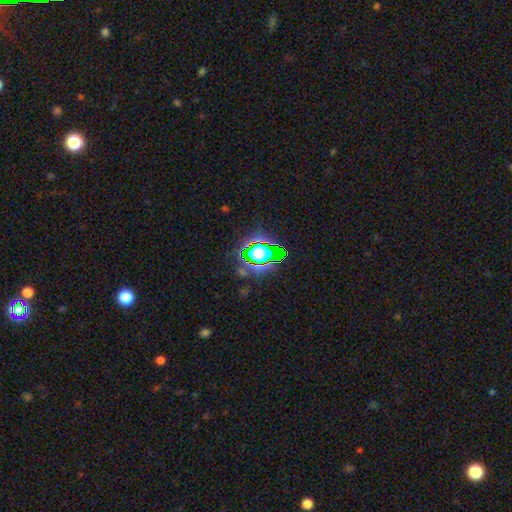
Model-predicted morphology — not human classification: The model was most divided on "smooth or featured": star or artifact: 57%, smooth: 29%, featured or disk: 14%.